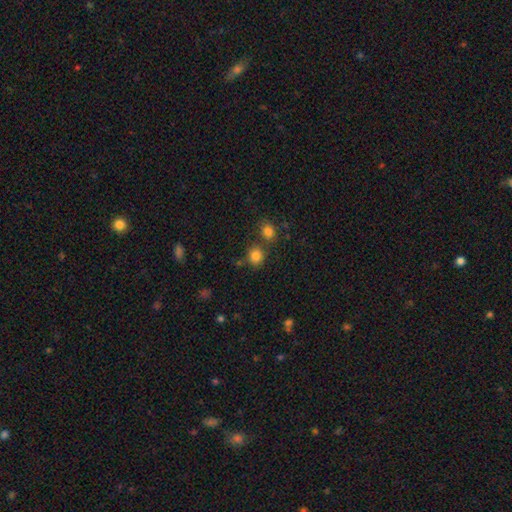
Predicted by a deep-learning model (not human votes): Smooth or featured: smooth — 83% (star or artifact — 12%)
How rounded: round — 81% (in between — 18%)
Merging: none — 69% (merger — 17%)